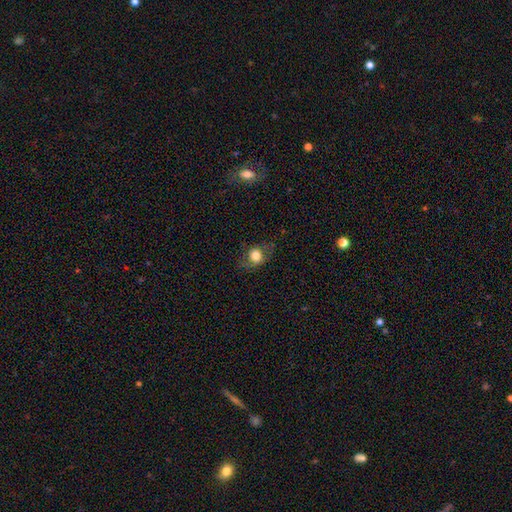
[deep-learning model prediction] Smooth or featured: smooth — 72% (featured or disk — 18%)
How rounded: round — 63% (in between — 35%)
Merging: none — 66% (minor disturbance — 21%)